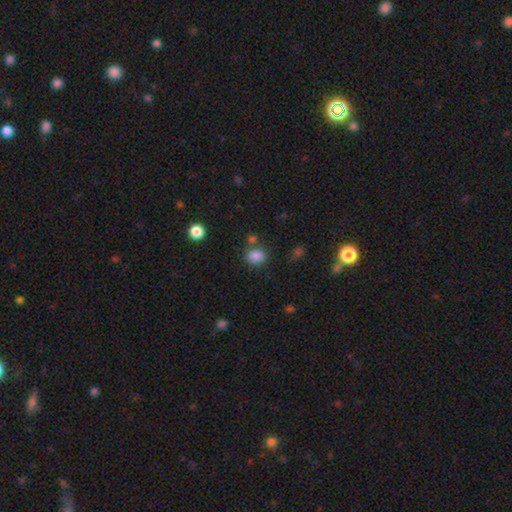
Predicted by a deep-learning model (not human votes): Smooth or featured? smooth (85%)
How rounded? round (51%)
Merging? none (73%)